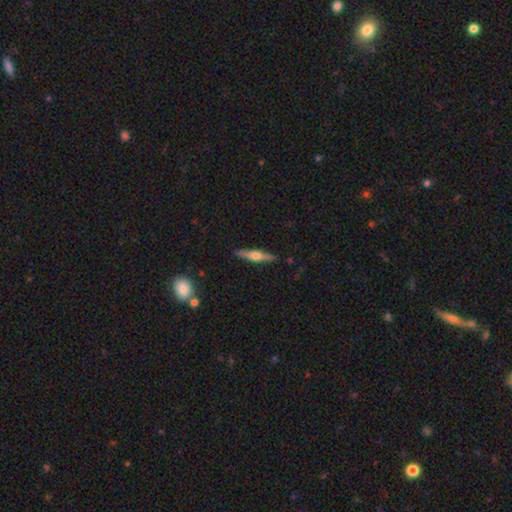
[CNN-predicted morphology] A featured or disk galaxy (65%) viewed edge-on (97%) with a rounded central bulge (92%). Merging: none (89%).